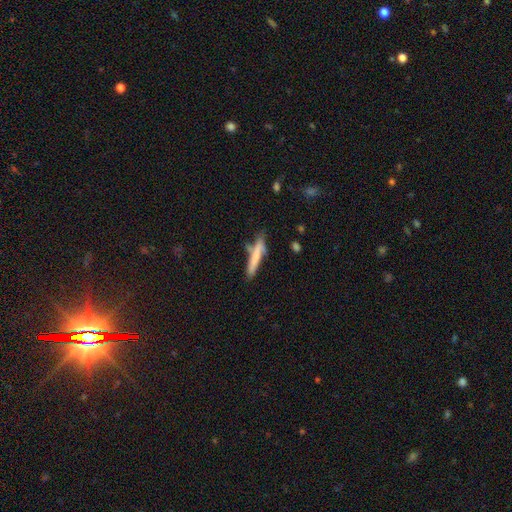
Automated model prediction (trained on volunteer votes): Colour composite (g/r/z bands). It shows a smooth galaxy with no disk features (65%) that is cigar-shaped (91%). Merging: none (62%).